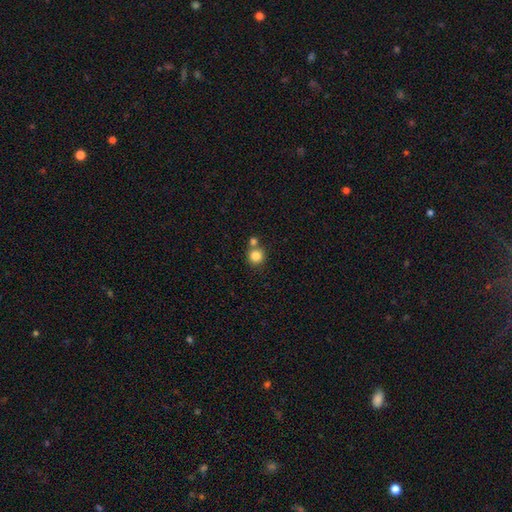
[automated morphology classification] Q: Smooth or featured?
A: smooth (83%); runner-up: star or artifact (10%)
Q: How rounded?
A: round (91%); runner-up: in between (8%)
Q: Merging?
A: none (60%); runner-up: merger (29%)